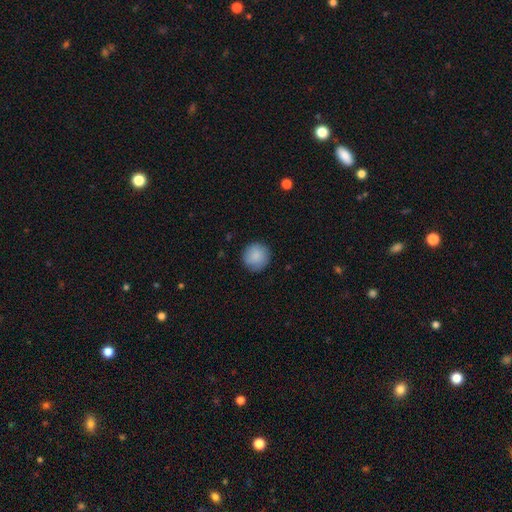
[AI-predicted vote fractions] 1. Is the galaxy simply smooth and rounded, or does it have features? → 88% smooth, 7% star or artifact, 5% featured or disk.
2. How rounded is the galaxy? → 94% round, 5% in between, 1% cigar-shaped.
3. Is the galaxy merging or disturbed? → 88% none, 9% minor disturbance, 2% major disturbance, 1% merger.